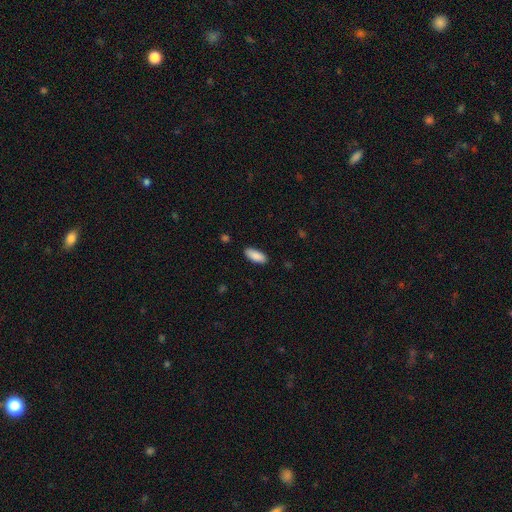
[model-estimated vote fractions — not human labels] smooth 89%, star or artifact 6%, featured or disk 5%. Down the decision tree: how rounded — in between (83%); merging — none (88%).